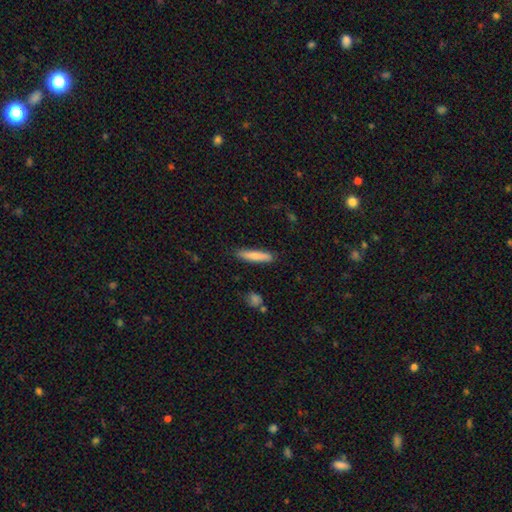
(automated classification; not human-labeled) Q: Smooth or featured?
A: smooth (78%); runner-up: featured or disk (16%)
Q: How rounded?
A: cigar-shaped (88%); runner-up: in between (11%)
Q: Merging?
A: none (87%); runner-up: minor disturbance (9%)